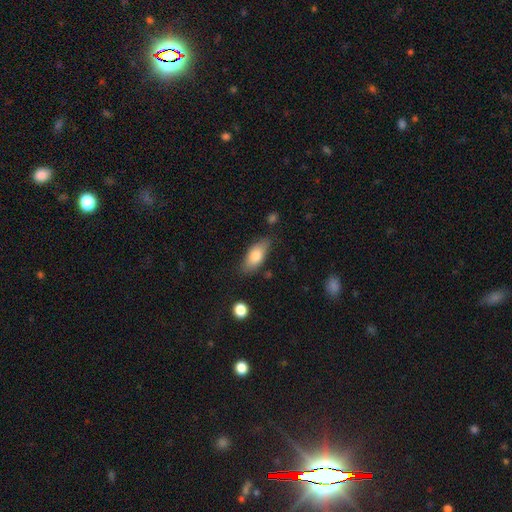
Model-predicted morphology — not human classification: A smooth galaxy with no disk features (77%) that is in between round and cigar-shaped (84%). Merging: none (77%).